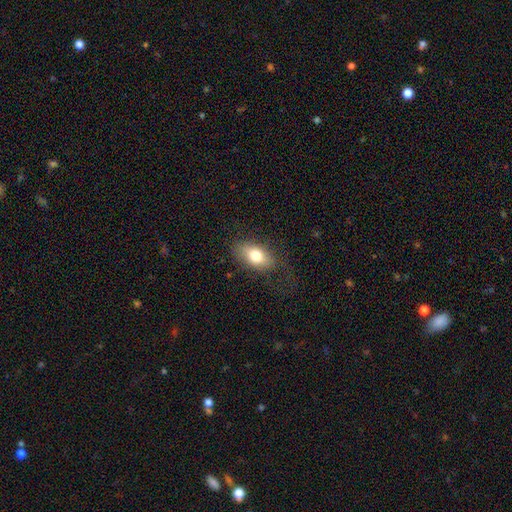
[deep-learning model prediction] Smooth or featured? Predicted: smooth (p=0.74). How rounded? Predicted: in between (p=0.87). Merging? Predicted: none (p=0.72).